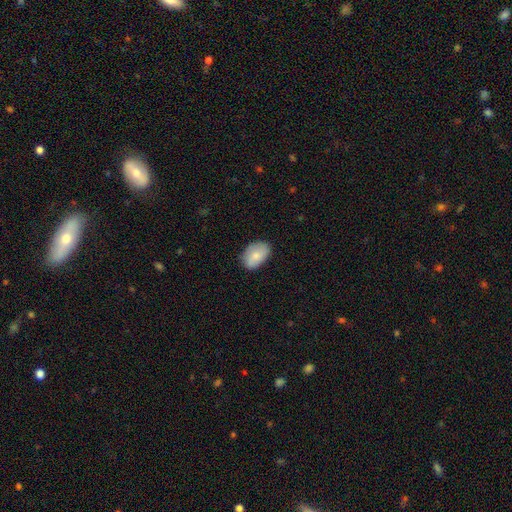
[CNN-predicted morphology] type=smooth (78%); roundness=in between (88%); merging=none (77%).